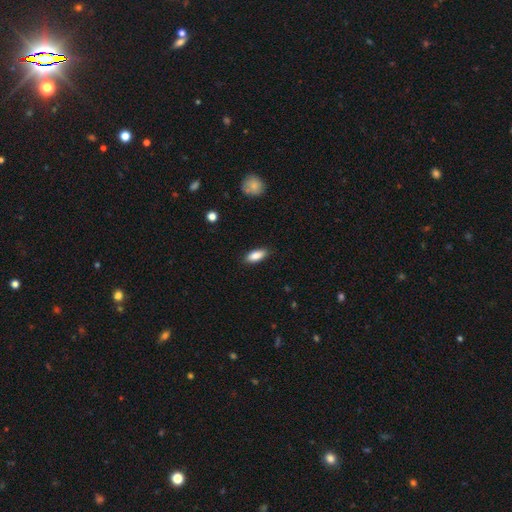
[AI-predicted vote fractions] This is clearly a smooth galaxy (87%). How rounded: clearly in between (81%). Merging: clearly none (87%).